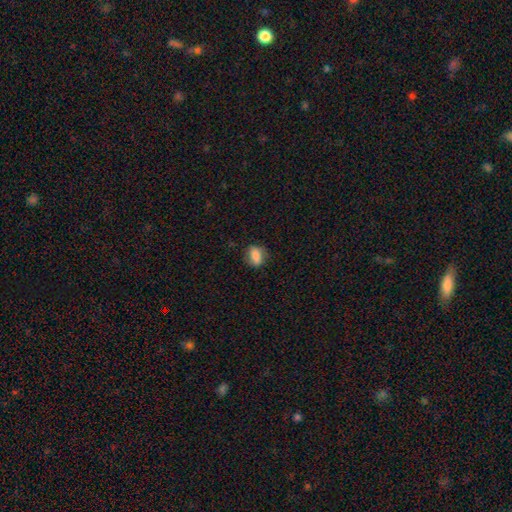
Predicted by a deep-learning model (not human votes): This appears to be a smooth galaxy with no disk features (81%) that is in between round and cigar-shaped (73%). Merging: none (76%).